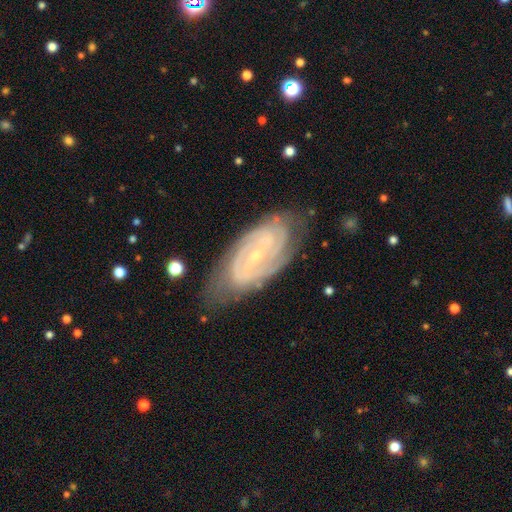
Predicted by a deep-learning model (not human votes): smooth-or-featured: featured or disk: 88% | smooth: 6% | star or artifact: 5%
  disk-edge-on: no: 95% | yes: 5%
    bar: weak: 46% | strong: 30% | no: 24%
    has-spiral-arms: yes: 97% | no: 3%
      spiral-winding: tight: 61% | medium: 33% | loose: 6%
      spiral-arm-count: 2: 55% | can't tell: 16% | 3: 15% | 4: 7% | more than 4: 4% | 1: 4%
    bulge-size: small: 79% | moderate: 17% | none: 3% | large: 1% | dominant: 1%
  merging: none: 73% | minor disturbance: 20% | major disturbance: 6% | merger: 2%